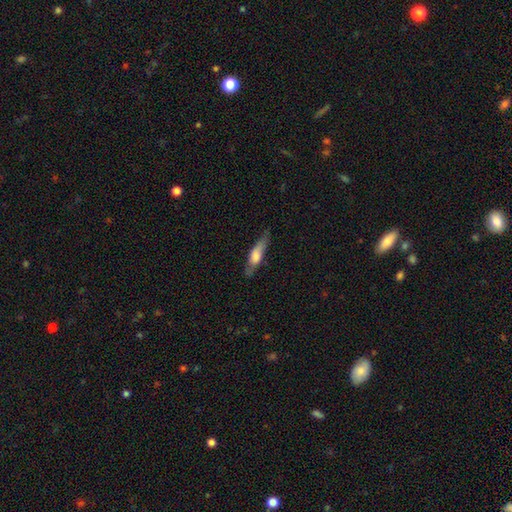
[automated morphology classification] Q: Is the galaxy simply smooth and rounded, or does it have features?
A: smooth — 57%.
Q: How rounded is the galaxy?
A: cigar-shaped — 69%.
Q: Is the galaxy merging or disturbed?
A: none — 68%.